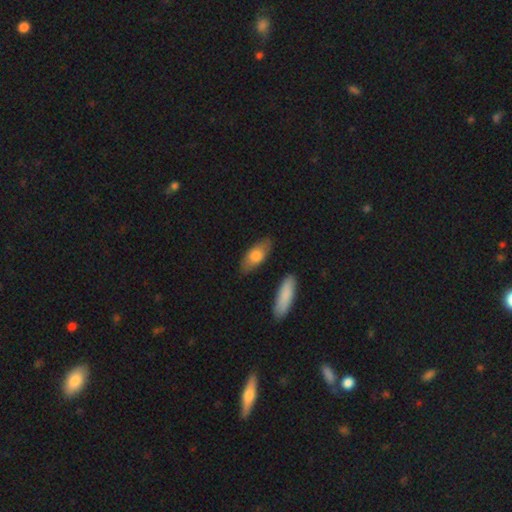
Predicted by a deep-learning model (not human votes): smooth_or_featured: smooth (p=0.73) [alt: featured or disk p=0.22]
how_rounded: in between (p=0.82) [alt: cigar-shaped p=0.14]
merging: none (p=0.81) [alt: minor disturbance p=0.13]